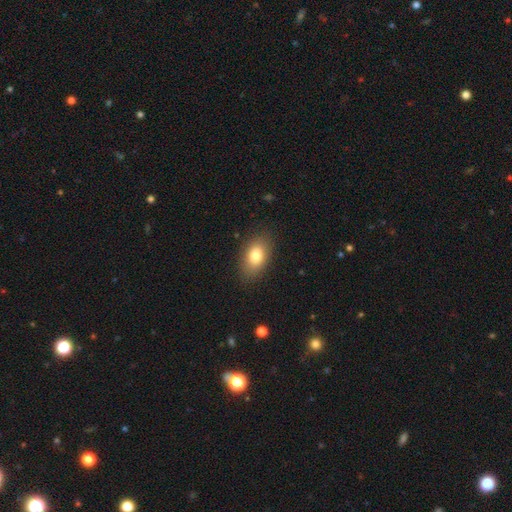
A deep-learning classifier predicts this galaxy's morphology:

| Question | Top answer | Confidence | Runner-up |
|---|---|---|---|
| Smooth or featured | smooth | 80% | featured or disk (11%) |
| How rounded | in between | 88% | round (10%) |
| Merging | none | 85% | minor disturbance (11%) |